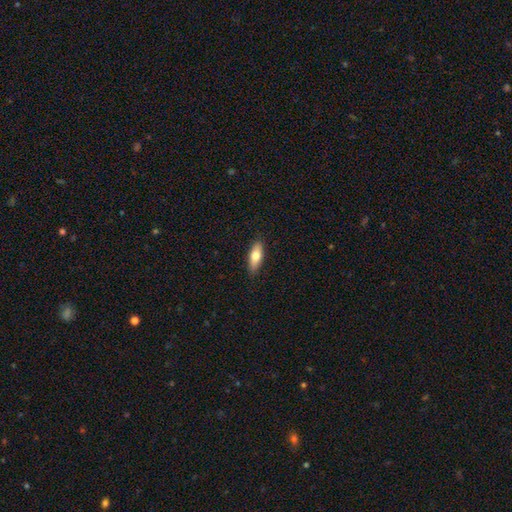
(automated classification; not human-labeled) Smooth or featured? smooth (70%)
How rounded? in between (66%)
Merging? none (88%)